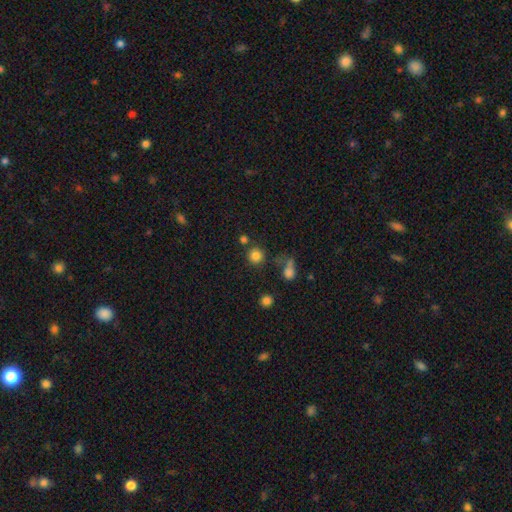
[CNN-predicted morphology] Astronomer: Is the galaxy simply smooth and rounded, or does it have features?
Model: smooth — 81%.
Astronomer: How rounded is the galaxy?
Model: round — 93%.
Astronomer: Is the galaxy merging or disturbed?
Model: none — 75%.